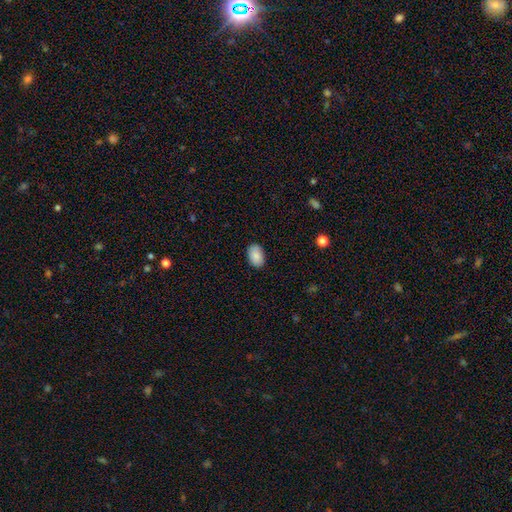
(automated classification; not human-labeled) A smooth galaxy with no disk features (88%) that is in between round and cigar-shaped (89%).

Vote fractions:
- Smooth or featured? smooth: 88% / star or artifact: 7% / featured or disk: 5%
- How rounded? in between: 89% / round: 10% / cigar-shaped: 1%
- Merging? none: 87% / minor disturbance: 10% / major disturbance: 2% / merger: 1%